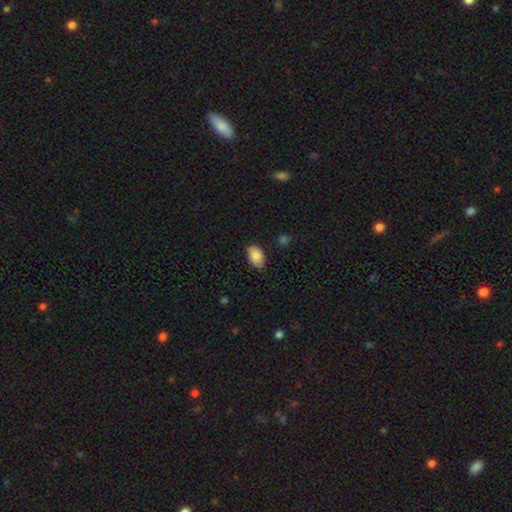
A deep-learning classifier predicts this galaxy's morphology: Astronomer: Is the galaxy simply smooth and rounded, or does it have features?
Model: smooth — 87%.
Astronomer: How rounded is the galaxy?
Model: in between — 91%.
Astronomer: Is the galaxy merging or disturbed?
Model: none — 82%.